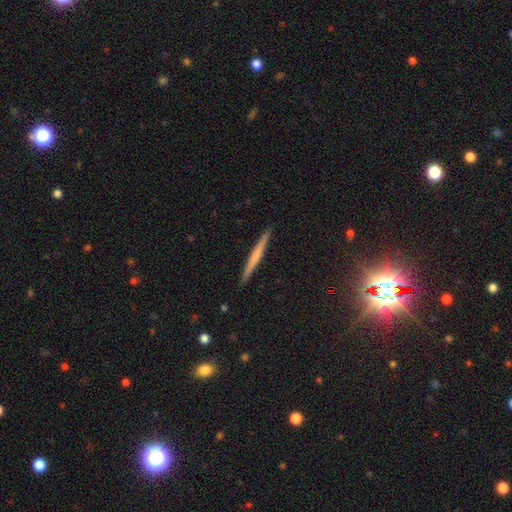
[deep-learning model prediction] Smooth or featured? Predicted: featured or disk (p=0.48). Merging? Predicted: none (p=0.92).